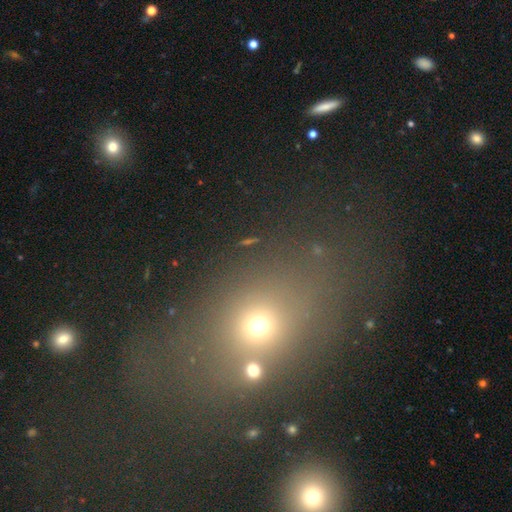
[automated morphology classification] This is possibly a smooth galaxy (53%). How rounded: possibly in between (56%). Merging: likely none (65%).